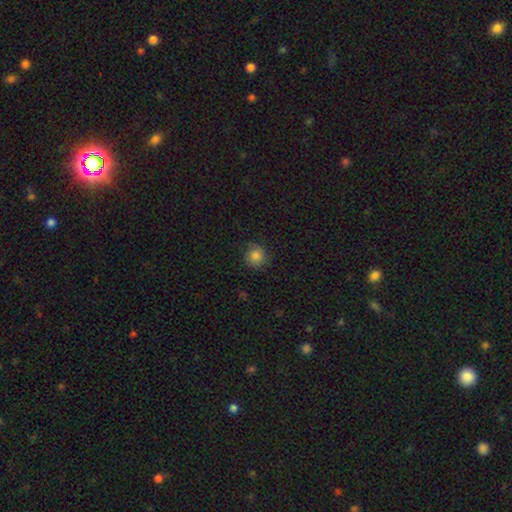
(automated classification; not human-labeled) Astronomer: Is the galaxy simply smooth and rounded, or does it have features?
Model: smooth — 75%.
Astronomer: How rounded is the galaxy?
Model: round — 87%.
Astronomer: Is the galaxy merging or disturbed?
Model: none — 76%.